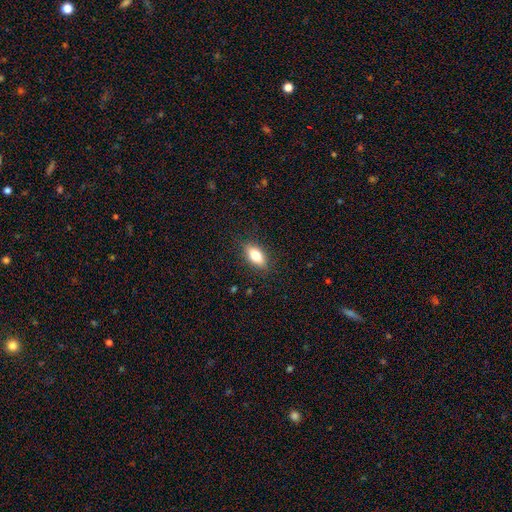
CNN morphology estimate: A smooth galaxy with no disk features (77%) that is in between round and cigar-shaped (83%).

Vote fractions:
- Smooth or featured? smooth: 77% / featured or disk: 15% / star or artifact: 8%
- How rounded? in between: 83% / cigar-shaped: 12% / round: 5%
- Merging? none: 86% / minor disturbance: 10% / major disturbance: 3% / merger: 1%